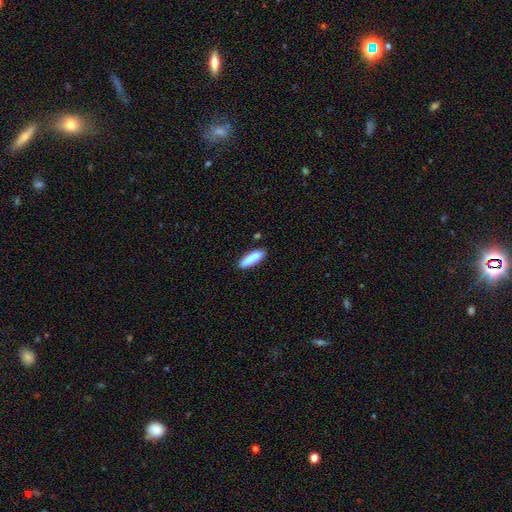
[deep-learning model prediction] Smooth or featured: smooth — 83% (featured or disk — 11%)
How rounded: cigar-shaped — 61% (in between — 37%)
Merging: none — 73% (minor disturbance — 18%)